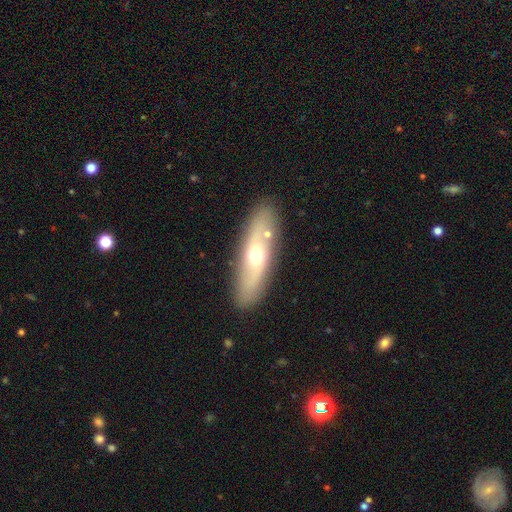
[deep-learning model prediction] Smooth or featured: featured or disk — 49% (smooth — 45%)
Merging: none — 84% (minor disturbance — 10%)